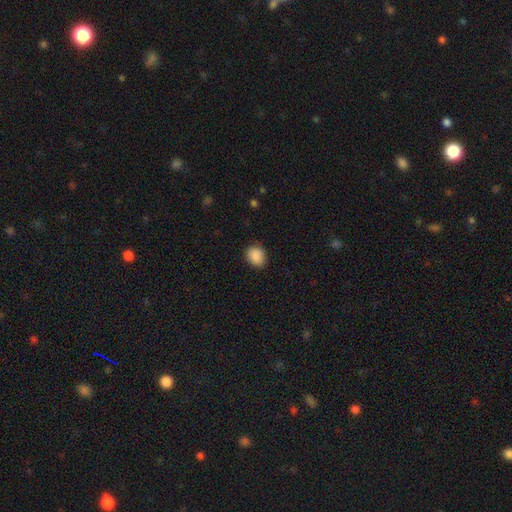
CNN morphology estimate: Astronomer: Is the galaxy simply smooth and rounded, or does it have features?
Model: smooth — 89%.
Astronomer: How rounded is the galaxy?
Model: round — 50% (runner-up: in between, 49%).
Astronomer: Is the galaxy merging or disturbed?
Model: none — 84%.